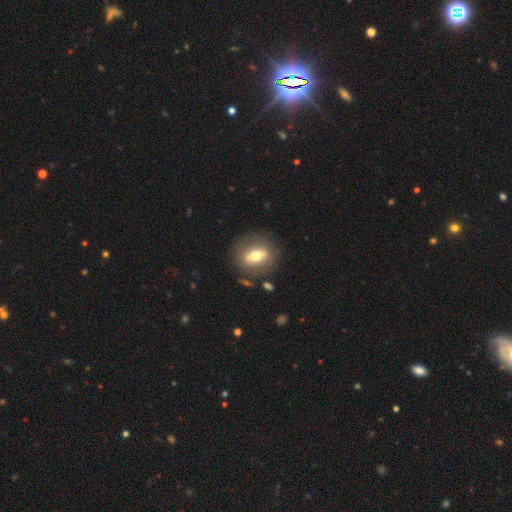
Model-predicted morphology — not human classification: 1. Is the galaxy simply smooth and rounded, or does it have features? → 49% smooth, 43% featured or disk, 8% star or artifact.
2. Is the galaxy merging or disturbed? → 81% none, 11% minor disturbance, 5% major disturbance, 3% merger.